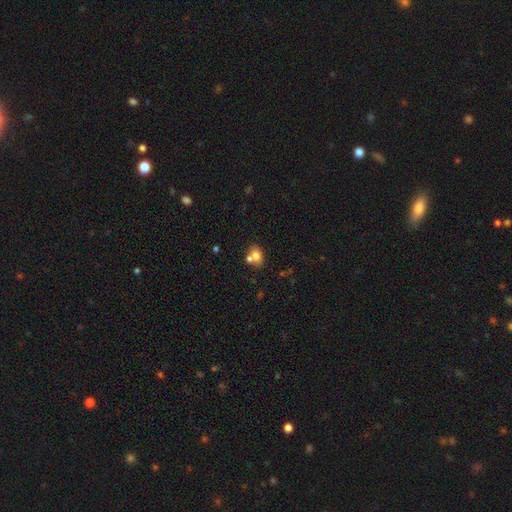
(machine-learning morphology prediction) This appears to be a smooth galaxy with no disk features (74%) that is in between round and cigar-shaped (74%). Merging: none (48%).